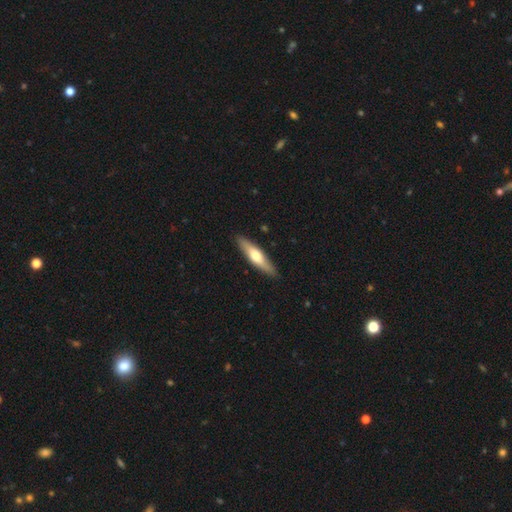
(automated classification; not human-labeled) Smooth or featured? smooth (51%)
How rounded? cigar-shaped (78%)
Merging? none (89%)